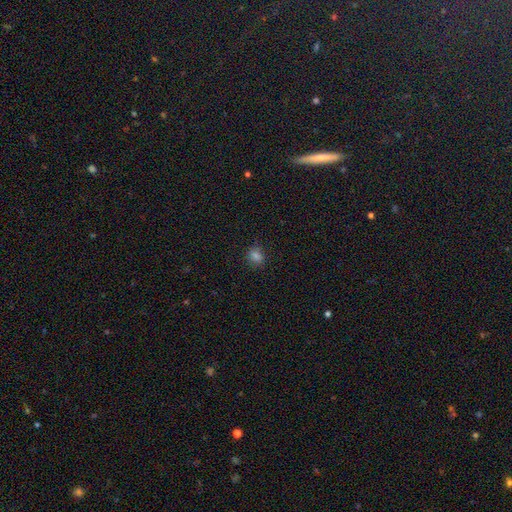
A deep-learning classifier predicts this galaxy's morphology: Q: Smooth or featured?
A: smooth (77%); runner-up: star or artifact (18%)
Q: How rounded?
A: round (54%); runner-up: in between (44%)
Q: Merging?
A: none (80%); runner-up: minor disturbance (14%)